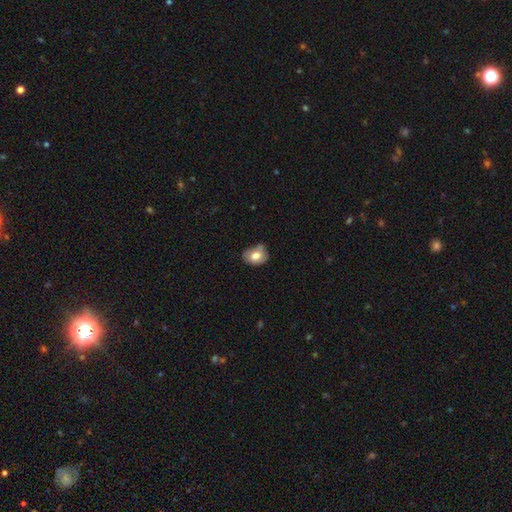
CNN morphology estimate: Smooth or featured? smooth (74%)
How rounded? in between (63%)
Merging? none (56%)